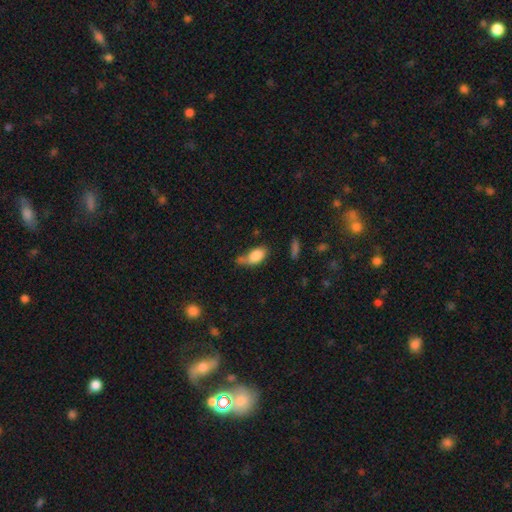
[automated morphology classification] Q: Smooth or featured?
A: smooth (83%); runner-up: featured or disk (9%)
Q: How rounded?
A: in between (89%); runner-up: round (5%)
Q: Merging?
A: none (43%); runner-up: minor disturbance (27%)